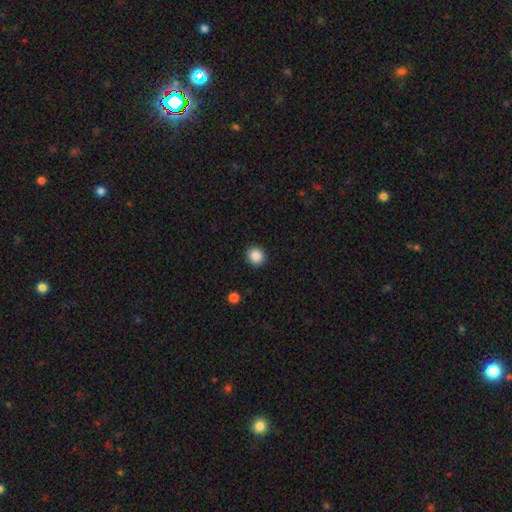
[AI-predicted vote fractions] This is clearly a smooth galaxy (88%). How rounded: clearly round (89%). Merging: clearly none (92%).